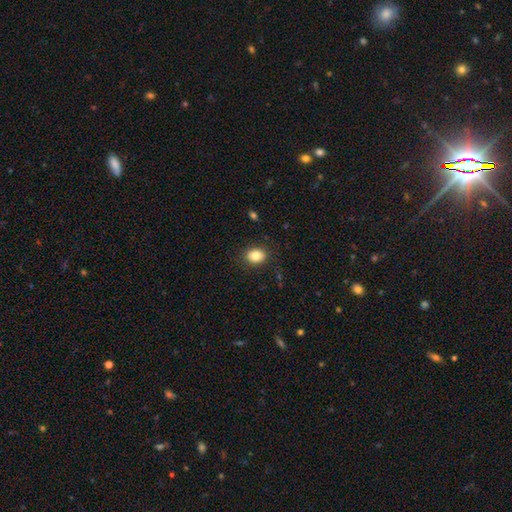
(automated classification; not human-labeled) Morphology: type=smooth (83%); roundness=in between (56%); merging=none (87%).